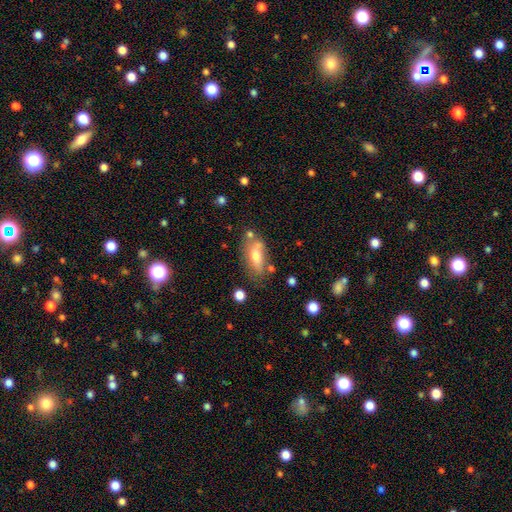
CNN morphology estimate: Overall: smooth (63%; featured or disk 29%). How rounded: in between (81%). Merging: none (52%; minor disturbance 24%).